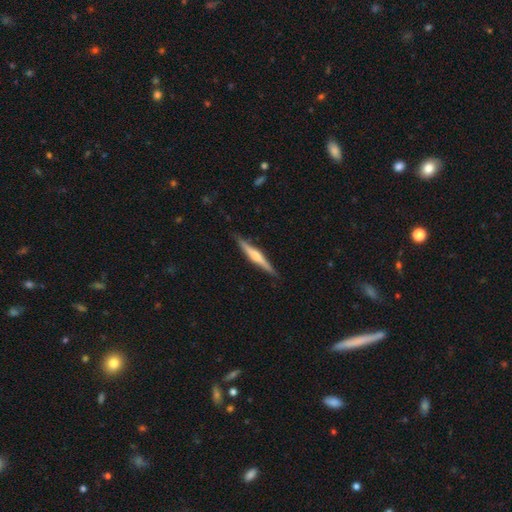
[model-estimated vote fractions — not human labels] Smooth or featured? featured or disk (62%)
Edge-on disk? yes (98%)
Edge-on bulge? rounded (69%)
Merging? none (89%)